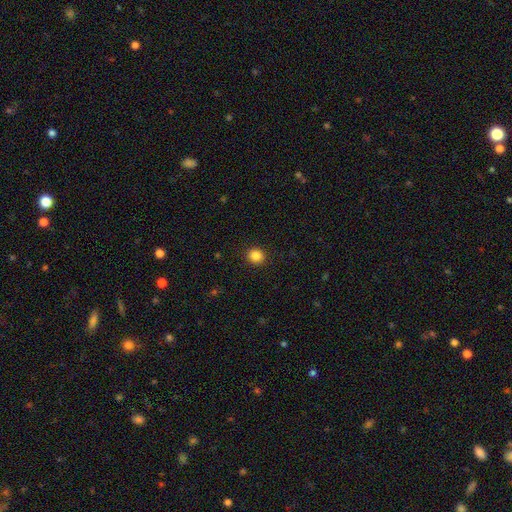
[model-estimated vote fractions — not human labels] Smooth or featured? smooth (86%)
How rounded? round (84%)
Merging? none (92%)